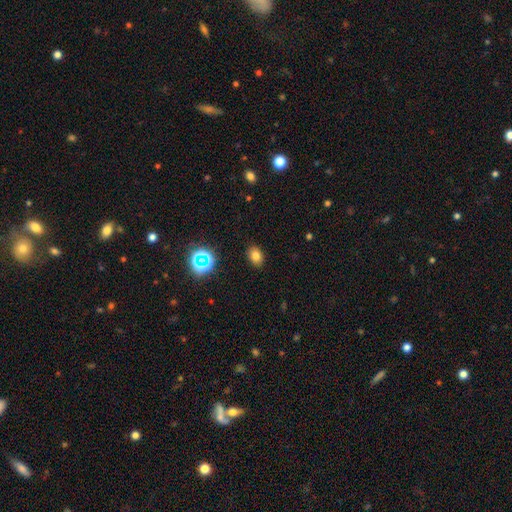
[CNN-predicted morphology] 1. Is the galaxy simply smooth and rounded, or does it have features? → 76% smooth, 16% star or artifact, 8% featured or disk.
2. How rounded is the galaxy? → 69% in between, 30% round, 1% cigar-shaped.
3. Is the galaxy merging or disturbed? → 88% none, 9% minor disturbance, 3% major disturbance, 1% merger.